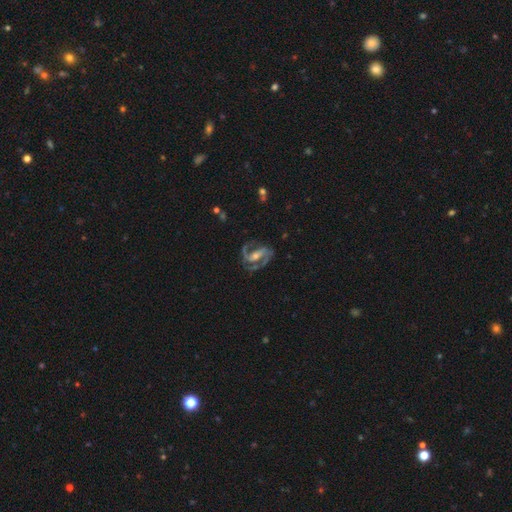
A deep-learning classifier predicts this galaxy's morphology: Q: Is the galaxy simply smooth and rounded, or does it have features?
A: featured or disk — 91%.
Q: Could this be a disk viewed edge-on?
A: no — 97%.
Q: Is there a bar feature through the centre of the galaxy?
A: strong — 46%.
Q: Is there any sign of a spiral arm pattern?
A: yes — 97%.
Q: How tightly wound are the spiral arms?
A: medium — 59%.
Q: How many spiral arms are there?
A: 2 — 87%.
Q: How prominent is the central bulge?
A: moderate — 49%.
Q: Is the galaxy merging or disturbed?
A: none — 73%.